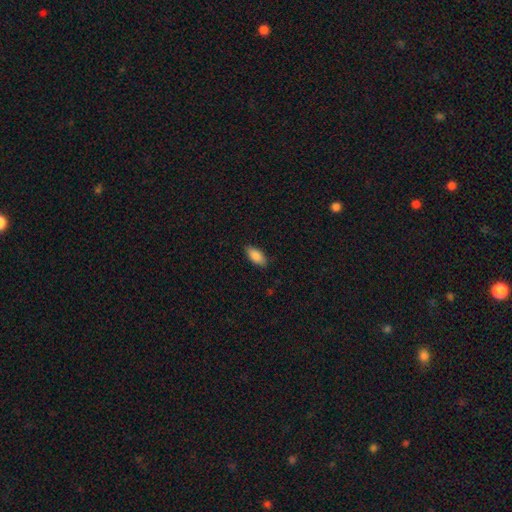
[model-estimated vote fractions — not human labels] This is clearly a smooth galaxy (87%). How rounded: clearly in between (91%). Merging: clearly none (86%).